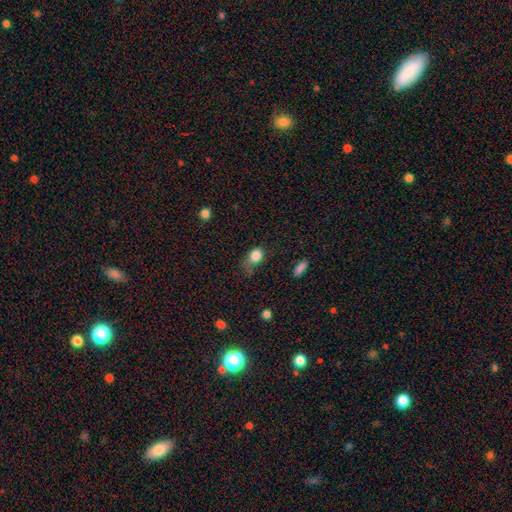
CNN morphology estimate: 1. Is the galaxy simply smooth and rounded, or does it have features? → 83% smooth, 9% star or artifact, 7% featured or disk.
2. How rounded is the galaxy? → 58% in between, 41% round, 2% cigar-shaped.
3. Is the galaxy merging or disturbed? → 35% minor disturbance, 34% none, 28% major disturbance, 3% merger.